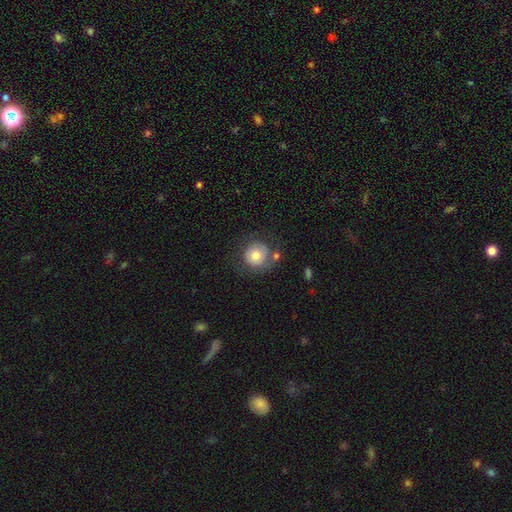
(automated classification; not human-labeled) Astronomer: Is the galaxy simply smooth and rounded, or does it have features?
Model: smooth — 72%.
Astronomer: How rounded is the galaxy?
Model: round — 91%.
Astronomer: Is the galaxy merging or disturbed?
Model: none — 61%.